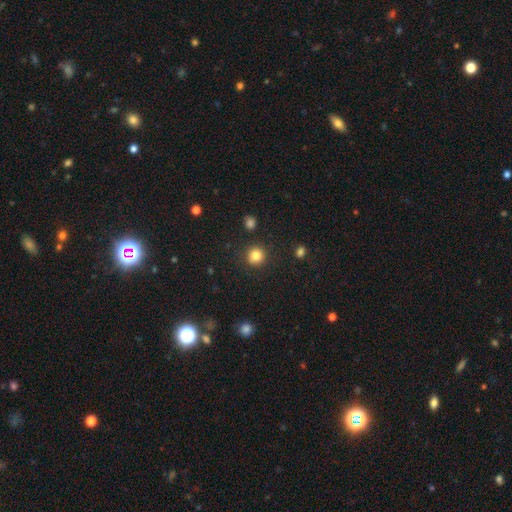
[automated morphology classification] This appears to be a smooth galaxy with no disk features (83%) that is round (93%). Merging: none (89%).